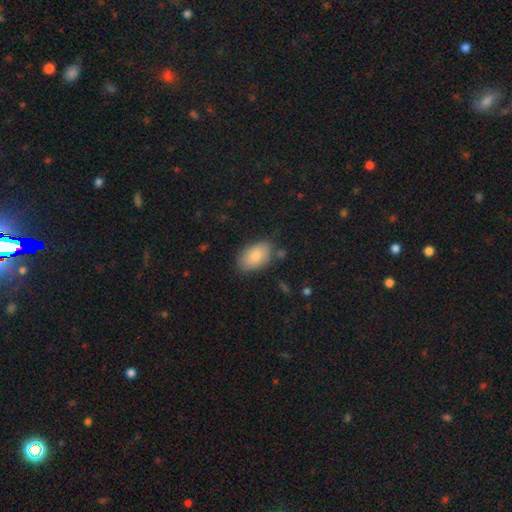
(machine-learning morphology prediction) Smooth or featured: smooth — 81% (featured or disk — 13%)
How rounded: in between — 91% (round — 7%)
Merging: none — 76% (minor disturbance — 17%)